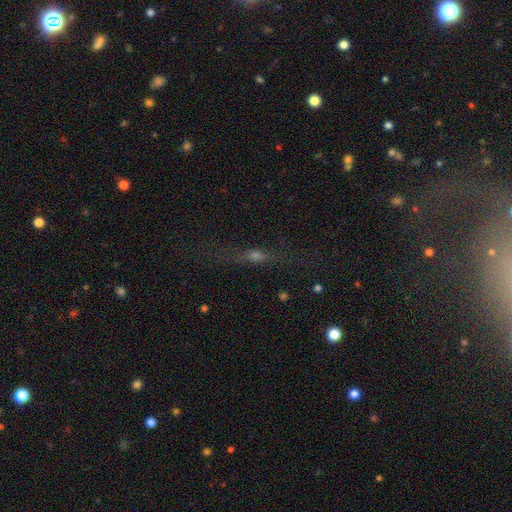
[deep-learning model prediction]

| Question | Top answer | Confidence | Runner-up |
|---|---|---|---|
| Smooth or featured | featured or disk | 49% | smooth (32%) |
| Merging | none | 71% | minor disturbance (16%) |